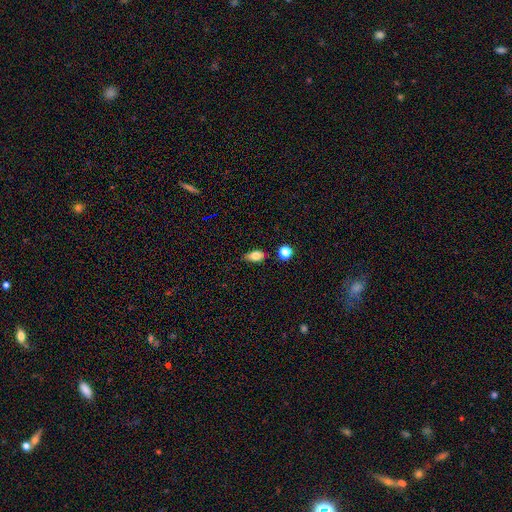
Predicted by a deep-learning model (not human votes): Q: Smooth or featured?
A: smooth (76%); runner-up: featured or disk (14%)
Q: How rounded?
A: in between (83%); runner-up: round (12%)
Q: Merging?
A: none (76%); runner-up: minor disturbance (17%)